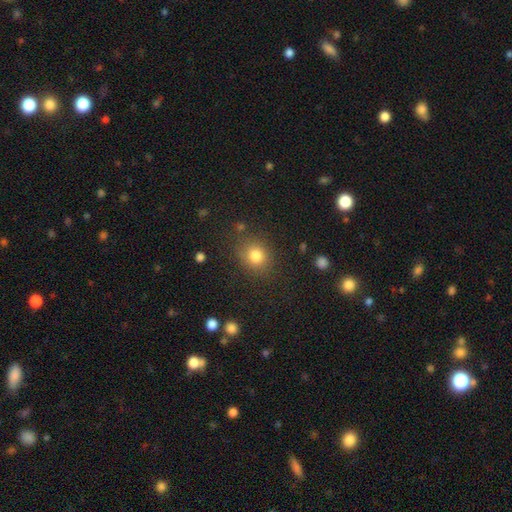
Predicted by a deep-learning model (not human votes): smooth_or_featured: smooth (p=0.80) [alt: star or artifact p=0.13]
how_rounded: round (p=0.71) [alt: in between p=0.28]
merging: none (p=0.81) [alt: minor disturbance p=0.12]